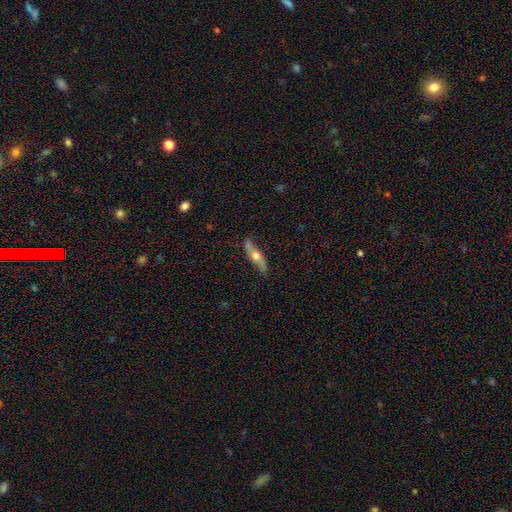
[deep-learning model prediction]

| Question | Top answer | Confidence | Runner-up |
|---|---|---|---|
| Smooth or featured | featured or disk | 56% | smooth (39%) |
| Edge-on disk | yes | 76% | no (24%) |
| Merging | none | 82% | minor disturbance (14%) |